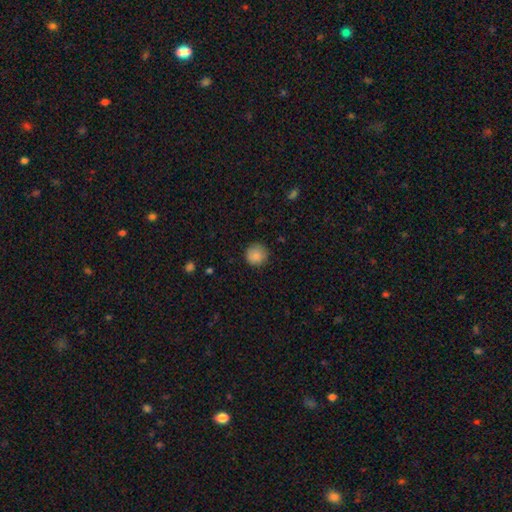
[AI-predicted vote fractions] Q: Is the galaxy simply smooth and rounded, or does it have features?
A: smooth — 86%.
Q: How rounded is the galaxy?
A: round — 95%.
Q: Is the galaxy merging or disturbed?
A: none — 88%.